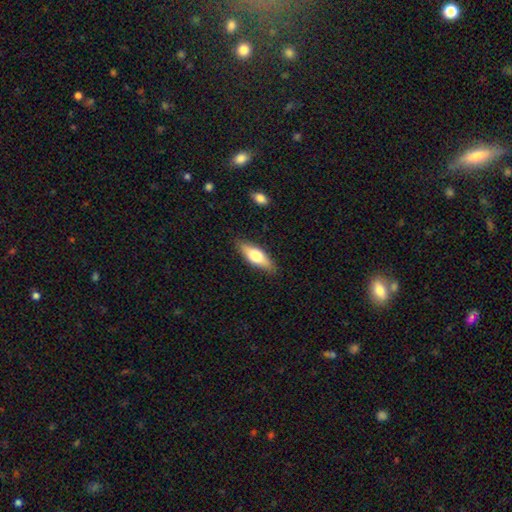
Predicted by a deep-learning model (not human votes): This appears to be a smooth galaxy with no disk features (61%) that is in between round and cigar-shaped (59%). Merging: none (86%).